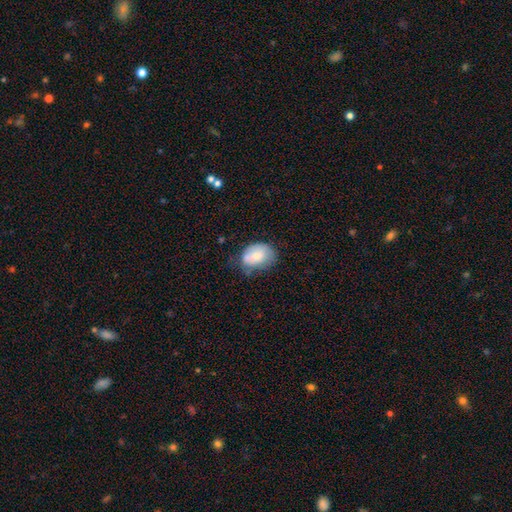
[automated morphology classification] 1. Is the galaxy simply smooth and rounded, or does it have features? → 74% smooth, 18% featured or disk, 8% star or artifact.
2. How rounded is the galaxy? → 74% in between, 25% round, 1% cigar-shaped.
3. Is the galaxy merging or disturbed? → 48% none, 35% minor disturbance, 12% major disturbance, 5% merger.